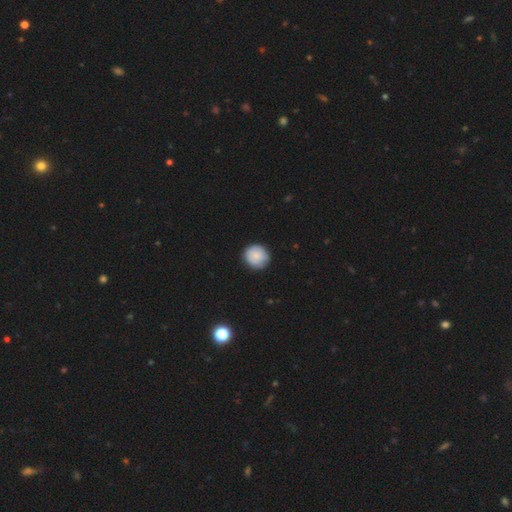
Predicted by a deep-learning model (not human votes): Q: Smooth or featured?
A: smooth (84%); runner-up: featured or disk (8%)
Q: How rounded?
A: round (93%); runner-up: in between (6%)
Q: Merging?
A: none (87%); runner-up: minor disturbance (10%)